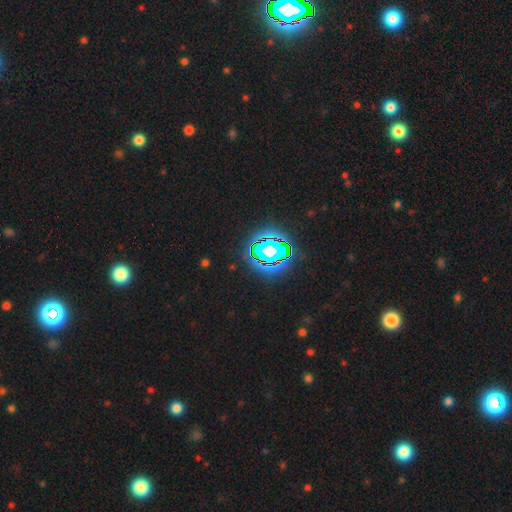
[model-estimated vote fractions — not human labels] Smooth or featured? Predicted: star or artifact (p=0.81).